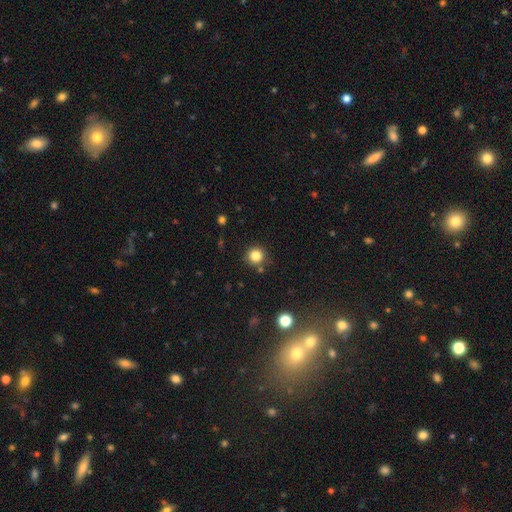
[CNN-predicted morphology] smooth_or_featured: smooth (p=0.83) [alt: star or artifact p=0.12]
how_rounded: round (p=0.94) [alt: in between p=0.06]
merging: none (p=0.86) [alt: minor disturbance p=0.08]